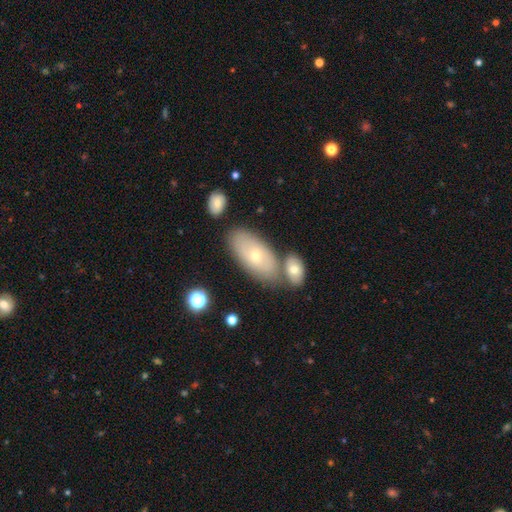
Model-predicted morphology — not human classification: Overall: smooth (62%; featured or disk 31%). How rounded: in between (91%). Merging: none (64%).